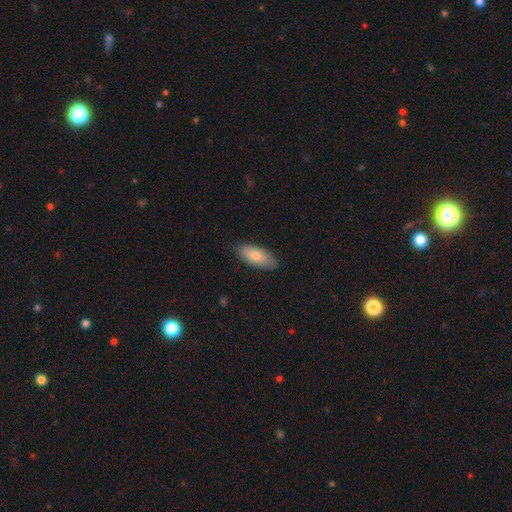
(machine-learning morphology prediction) The model was most divided on "how rounded": in between: 81%, cigar-shaped: 17%, round: 2%. More confident: merging — none (85%); smooth or featured — smooth (81%).